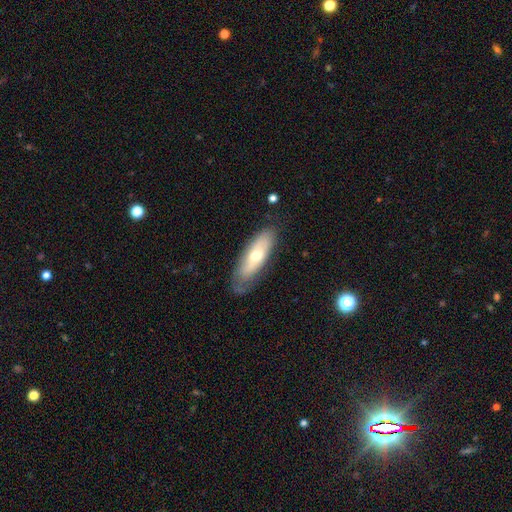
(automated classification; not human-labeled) The model was most divided on "how rounded": in between: 54%, cigar-shaped: 44%, round: 2%. More confident: merging — none (67%); smooth or featured — smooth (55%).